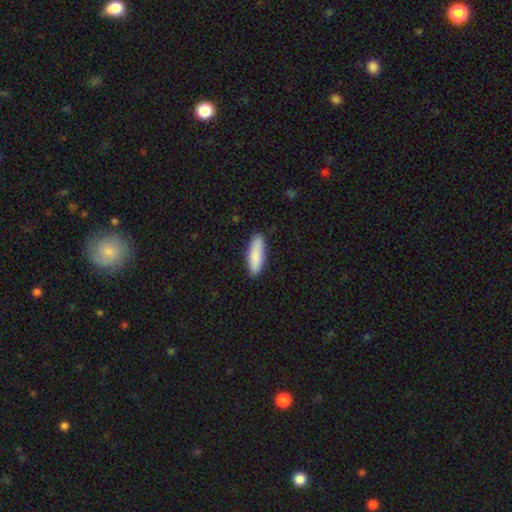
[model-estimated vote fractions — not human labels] Overall: smooth (88%). How rounded: cigar-shaped (53%; in between 46%). Merging: none (87%).